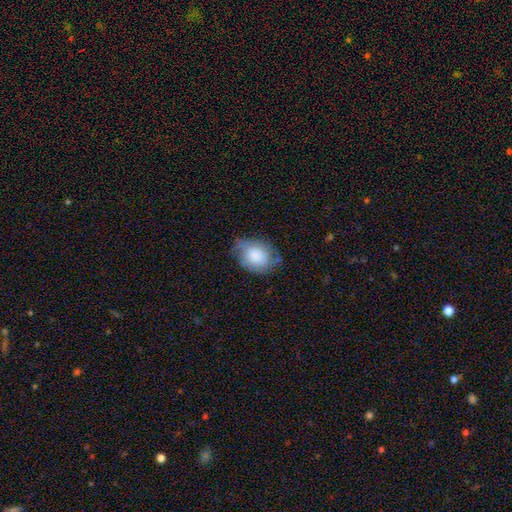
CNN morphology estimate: Smooth or featured?
  - smooth: 68% *
  - featured or disk: 24%
  - star or artifact: 7%
How rounded?
  - in between: 65% *
  - round: 34%
  - cigar-shaped: 1%
Merging?
  - none: 54% *
  - minor disturbance: 32%
  - major disturbance: 12%
  - merger: 2%